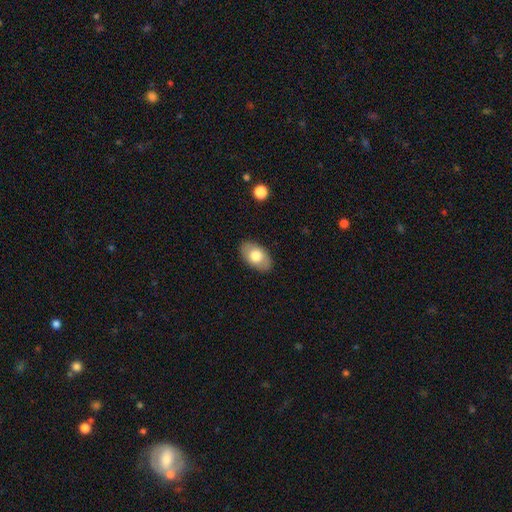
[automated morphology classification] smooth_or_featured: smooth (p=0.74) [alt: featured or disk p=0.20]
how_rounded: in between (p=0.92) [alt: round p=0.07]
merging: none (p=0.87) [alt: minor disturbance p=0.10]